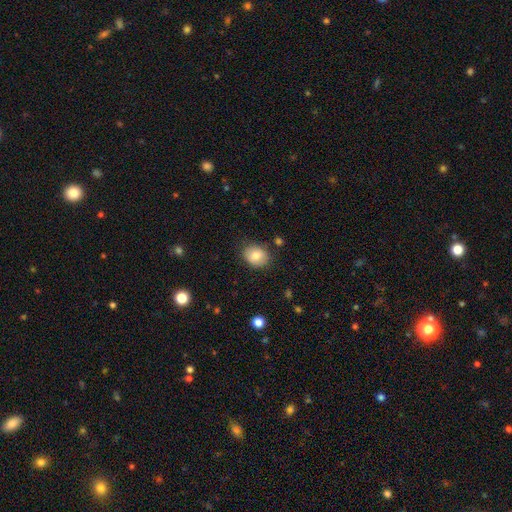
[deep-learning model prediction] Overall: smooth (81%). How rounded: round (51%; in between 48%). Merging: none (82%).